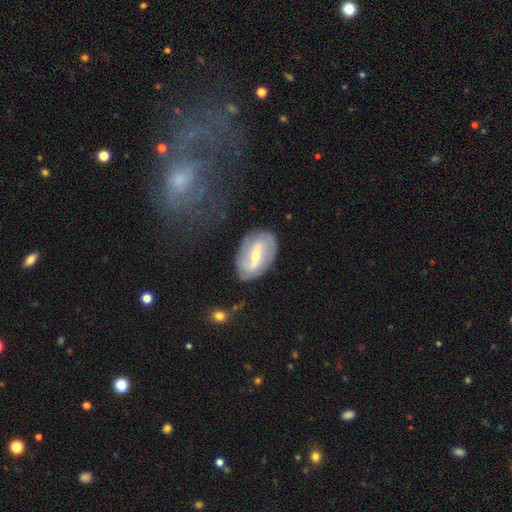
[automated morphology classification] smooth_or_featured: featured or disk (p=0.74) [alt: smooth p=0.21]
disk_edge_on: no (p=0.94) [alt: yes p=0.06]
bar: strong (p=0.49) [alt: weak p=0.37]
has_spiral_arms: yes (p=0.76) [alt: no p=0.24]
spiral_winding: tight (p=0.37) [alt: medium p=0.34]
spiral_arm_count: 2 (p=0.64) [alt: can't tell p=0.24]
bulge_size: small (p=0.48) [alt: moderate p=0.47]
merging: none (p=0.77) [alt: minor disturbance p=0.16]